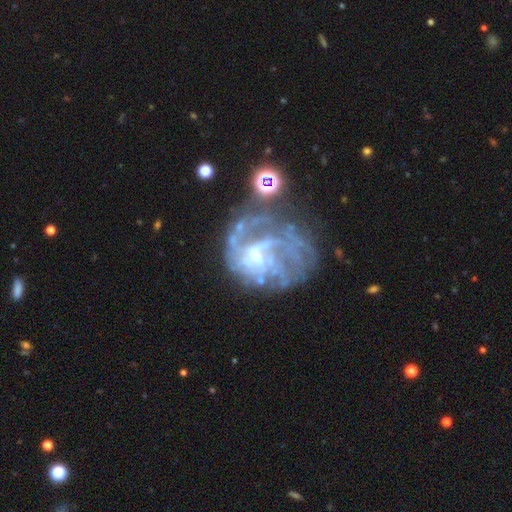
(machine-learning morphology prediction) type=featured or disk (78%); edge-on=no (98%); bar=no (55%); spiral arms=yes (73%); winding=medium (37%); arm count=can't tell (50%); bulge=small (56%); merging=none (38%).